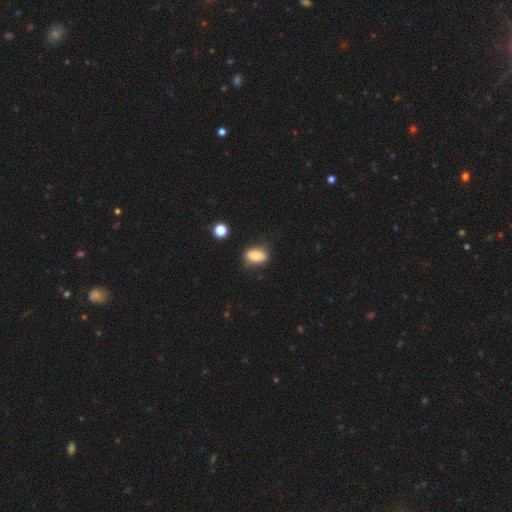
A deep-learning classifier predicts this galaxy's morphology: Smooth or featured?
  - smooth: 82% *
  - featured or disk: 9%
  - star or artifact: 9%
How rounded?
  - in between: 81% *
  - round: 10%
  - cigar-shaped: 9%
Merging?
  - none: 72% *
  - minor disturbance: 20%
  - major disturbance: 5%
  - merger: 3%